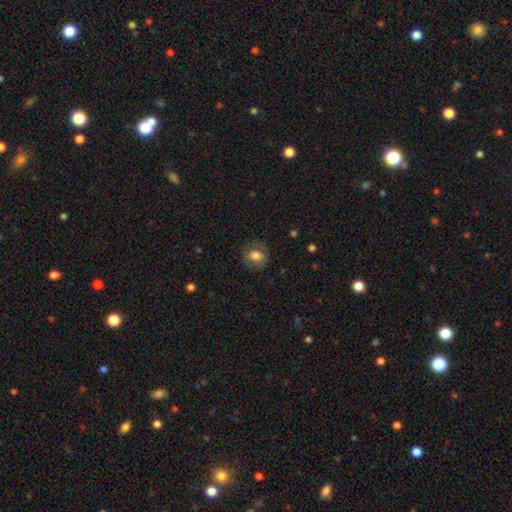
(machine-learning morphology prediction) This appears to be a smooth galaxy with no disk features (69%) that is round (65%). Merging: none (78%).